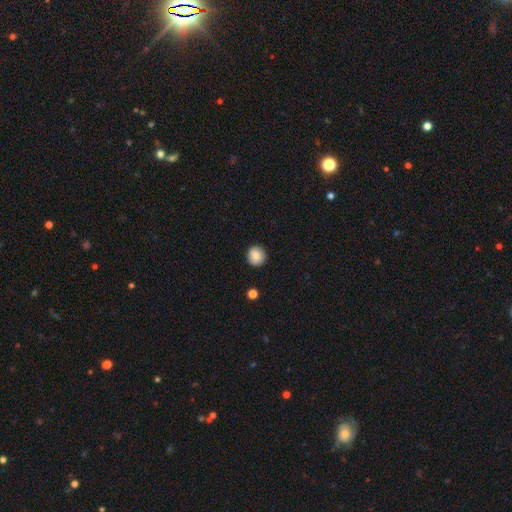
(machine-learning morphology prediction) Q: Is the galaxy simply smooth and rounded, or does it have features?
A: smooth — 84%.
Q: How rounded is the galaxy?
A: round — 93%.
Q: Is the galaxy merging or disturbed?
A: none — 92%.